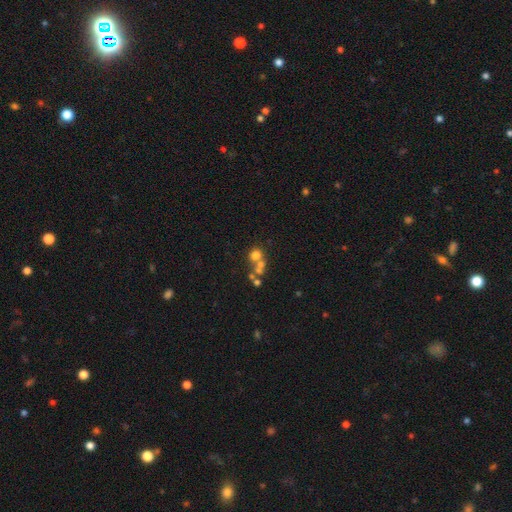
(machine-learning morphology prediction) smooth_or_featured: smooth (p=0.63) [alt: featured or disk p=0.20]
how_rounded: round (p=0.81) [alt: in between p=0.18]
merging: merger (p=0.46) [alt: none p=0.41]